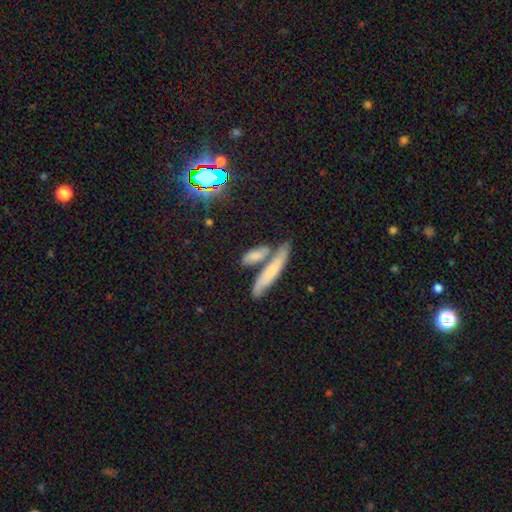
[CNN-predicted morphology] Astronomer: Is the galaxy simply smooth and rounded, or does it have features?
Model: smooth — 69%.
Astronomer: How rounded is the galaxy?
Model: cigar-shaped — 60% (runner-up: in between, 36%).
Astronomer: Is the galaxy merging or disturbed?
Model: none — 56%.